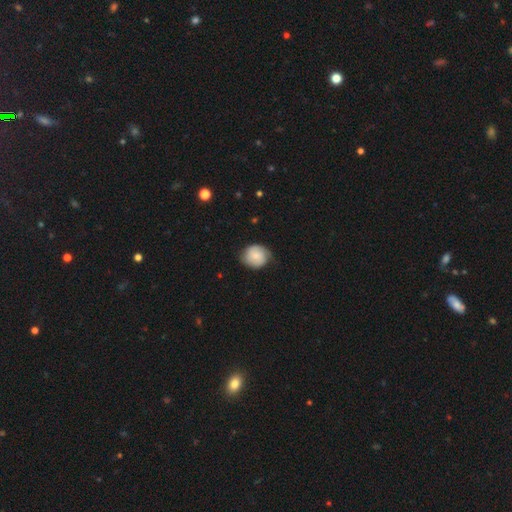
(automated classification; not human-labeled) Q: Smooth or featured?
A: smooth (68%); runner-up: featured or disk (25%)
Q: How rounded?
A: round (80%); runner-up: in between (20%)
Q: Merging?
A: none (70%); runner-up: minor disturbance (24%)